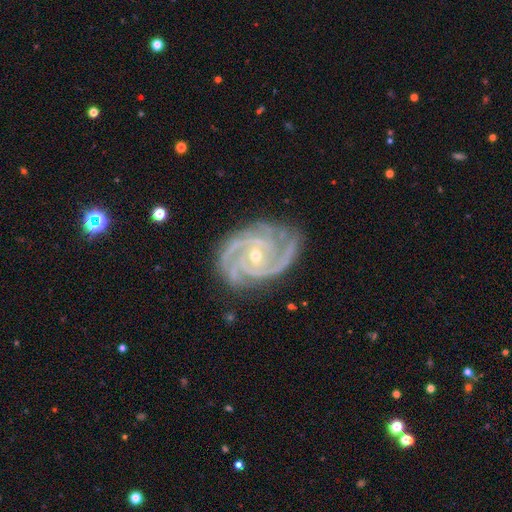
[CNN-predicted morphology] Smooth or featured? featured or disk (93%)
Edge-on disk? no (98%)
Bar? no (63%)
Spiral arms? yes (99%)
Spiral winding? tight (68%)
Spiral arm count? 3 (43%)
Bulge size? small (63%)
Merging? none (77%)